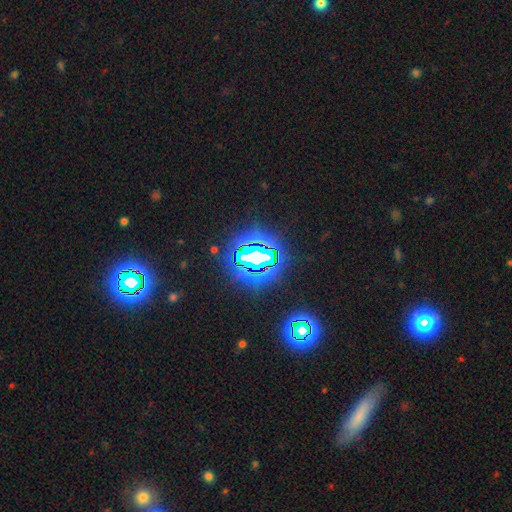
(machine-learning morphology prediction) star or artifact 80%, smooth 11%, featured or disk 10%.